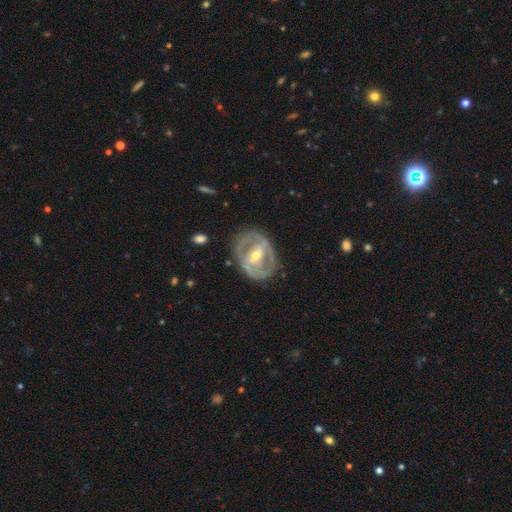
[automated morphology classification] Q: Smooth or featured?
A: featured or disk (84%); runner-up: smooth (12%)
Q: Edge-on disk?
A: no (95%); runner-up: yes (5%)
Q: Bar?
A: strong (47%); runner-up: weak (34%)
Q: Spiral arms?
A: yes (71%); runner-up: no (29%)
Q: Spiral winding?
A: tight (50%); runner-up: medium (37%)
Q: Spiral arm count?
A: 2 (72%); runner-up: can't tell (16%)
Q: Bulge size?
A: moderate (59%); runner-up: small (37%)
Q: Merging?
A: none (77%); runner-up: minor disturbance (15%)